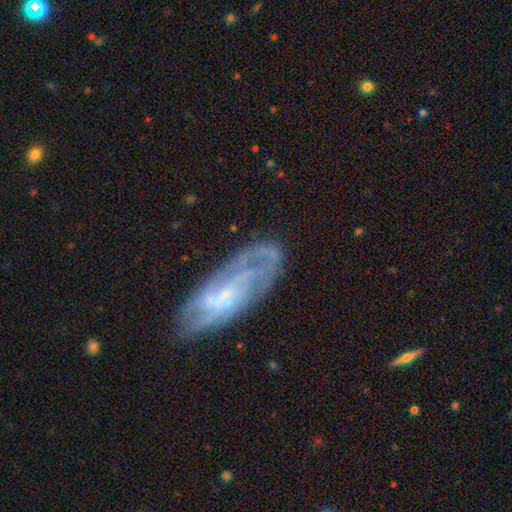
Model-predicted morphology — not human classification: Smooth or featured? Predicted: featured or disk (p=0.76). Edge-on disk? Predicted: no (p=0.88). Bar? Predicted: no (p=0.51). Spiral arms? Predicted: yes (p=0.91). Spiral winding? Predicted: tight (p=0.42, tied with medium). Spiral arm count? Predicted: can't tell (p=0.36). Bulge size? Predicted: small (p=0.66). Merging? Predicted: none (p=0.74).